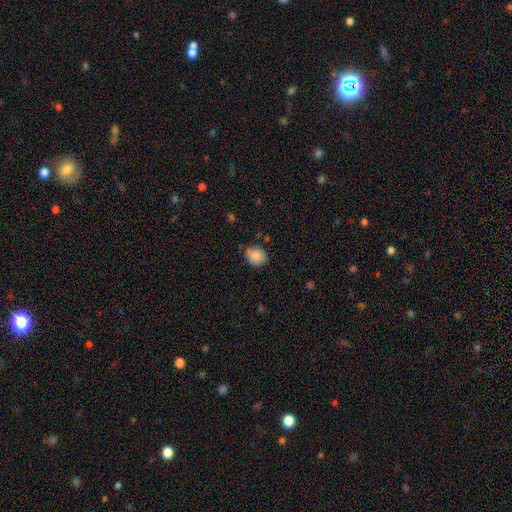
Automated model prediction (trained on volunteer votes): smooth_or_featured: smooth (p=0.85) [alt: star or artifact p=0.08]
how_rounded: round (p=0.72) [alt: in between p=0.27]
merging: none (p=0.72) [alt: minor disturbance p=0.21]